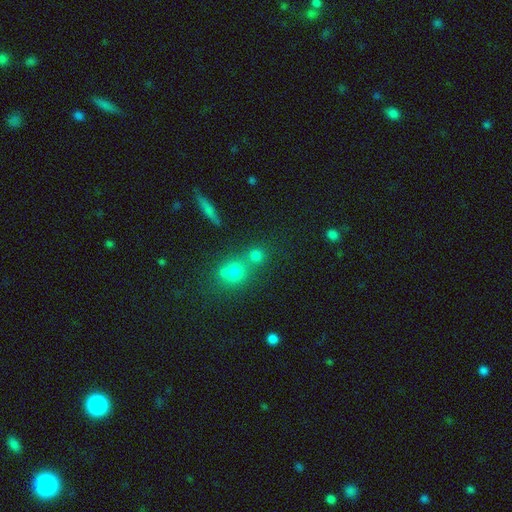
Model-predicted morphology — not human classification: smooth-or-featured: smooth: 72% | star or artifact: 19% | featured or disk: 10%
  how-rounded: round: 85% | in between: 13% | cigar-shaped: 3%
  merging: none: 54% | merger: 35% | minor disturbance: 7% | major disturbance: 4%